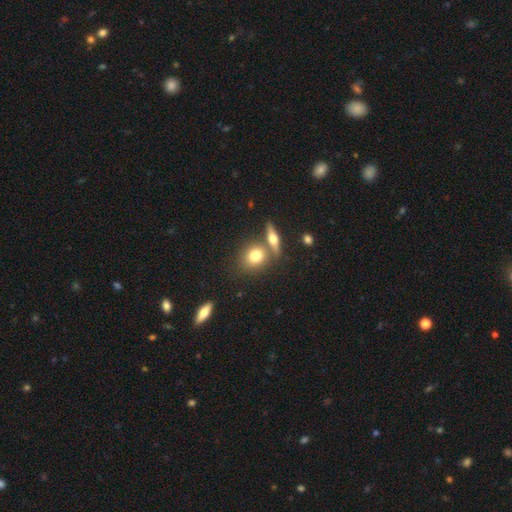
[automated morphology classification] Smooth or featured? Predicted: smooth (p=0.74). How rounded? Predicted: round (p=0.64). Merging? Predicted: none (p=0.59).